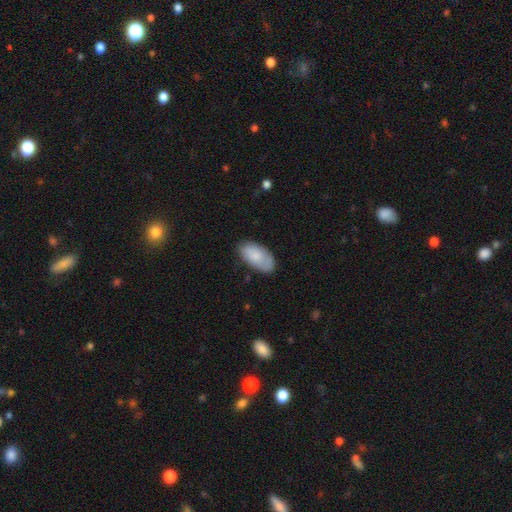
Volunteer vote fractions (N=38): This is likely a smooth galaxy (79%). How rounded: clearly in between (97%). Merging: possibly none (59%).